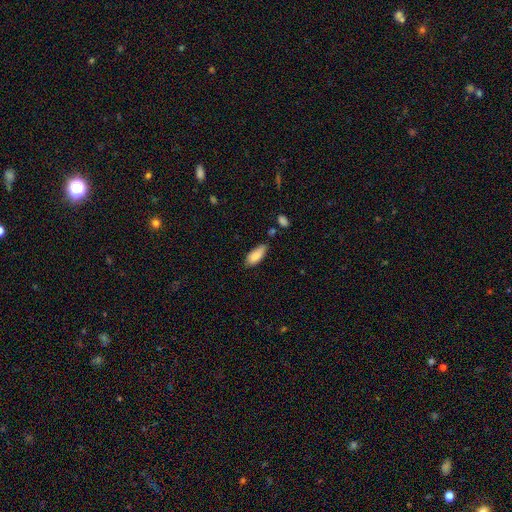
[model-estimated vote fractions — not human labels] This is clearly a smooth galaxy (85%). How rounded: clearly in between (83%). Merging: likely none (65%).